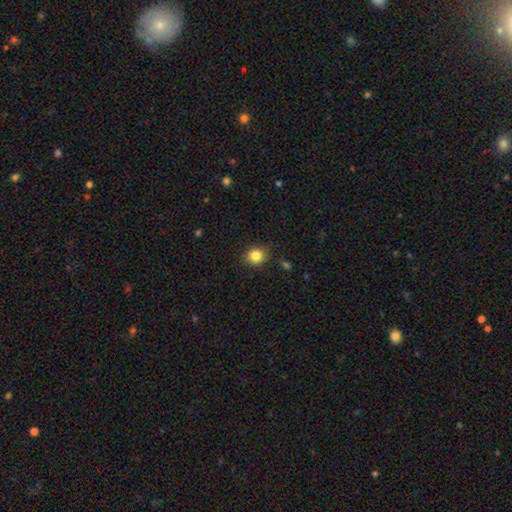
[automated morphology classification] This is clearly a smooth galaxy (84%). How rounded: clearly round (86%). Merging: clearly none (87%).